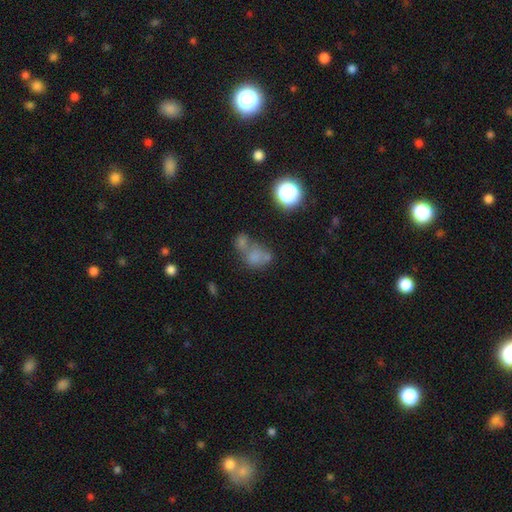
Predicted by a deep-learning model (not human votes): Smooth or featured?
  - smooth: 63% *
  - star or artifact: 19%
  - featured or disk: 18%
How rounded?
  - round: 49% * (tied)
  - in between: 49% * (tied)
  - cigar-shaped: 2%
Merging?
  - merger: 53% *
  - none: 27%
  - minor disturbance: 11%
  - major disturbance: 10%